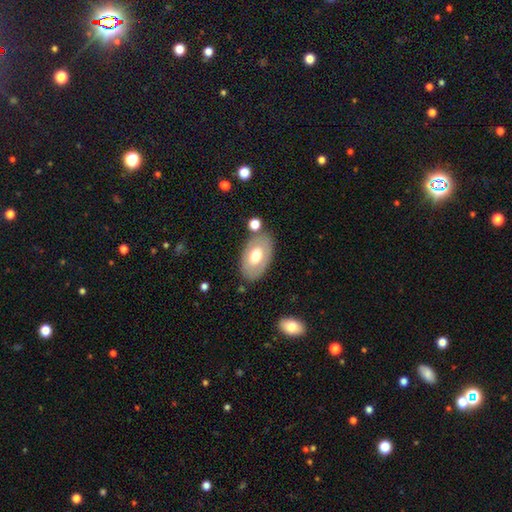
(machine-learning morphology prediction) type=smooth (56%); roundness=in between (91%); merging=none (77%).